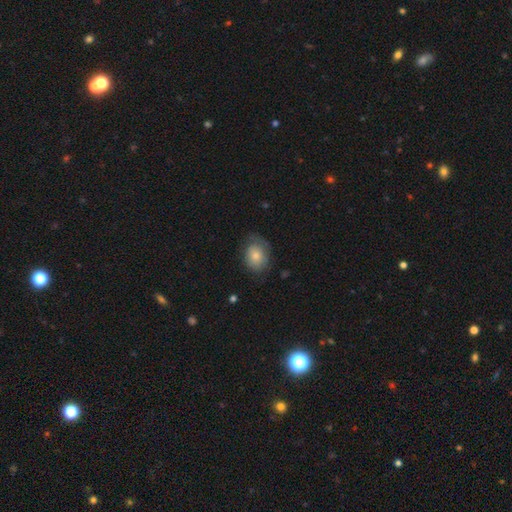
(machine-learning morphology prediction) smooth 75%, featured or disk 18%, star or artifact 7%. Down the decision tree: how rounded — in between (59%); merging — none (61%).